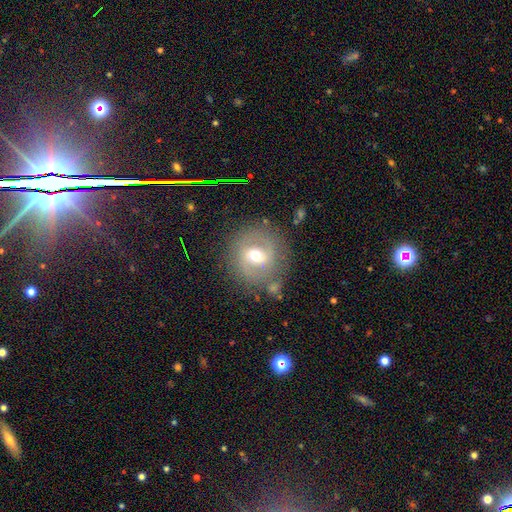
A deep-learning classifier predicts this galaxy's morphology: Smooth or featured?
  - featured or disk: 55% *
  - smooth: 35%
  - star or artifact: 10%
Edge-on disk?
  - no: 95% *
  - yes: 5%
Bar?
  - weak: 47% *
  - no: 31%
  - strong: 22%
Spiral arms?
  - yes: 55% *
  - no: 45%
Bulge size?
  - moderate: 73% *
  - small: 18%
  - large: 7%
  - dominant: 1%
  - none: 1%
Merging?
  - none: 76% *
  - minor disturbance: 13%
  - major disturbance: 6%
  - merger: 4%